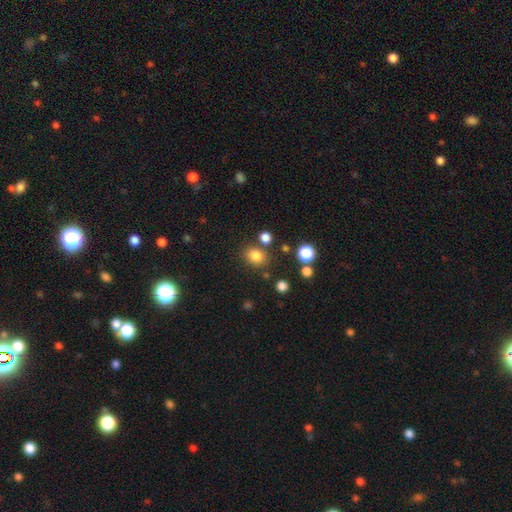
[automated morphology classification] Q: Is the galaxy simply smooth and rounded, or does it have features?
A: smooth — 82%.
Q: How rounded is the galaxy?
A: round — 58%.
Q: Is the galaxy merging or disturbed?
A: none — 77%.